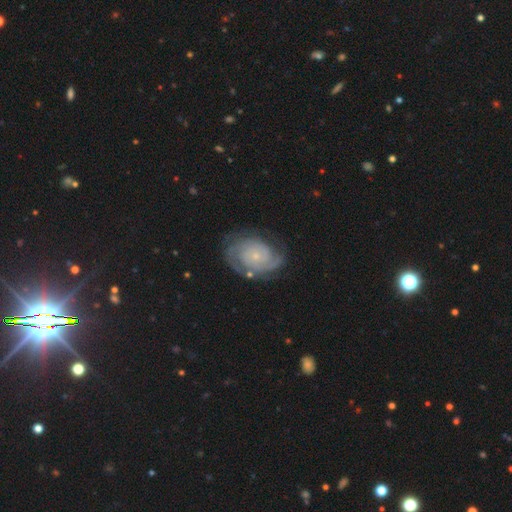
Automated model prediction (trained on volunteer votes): Smooth or featured: featured or disk — 85% (smooth — 10%)
Edge-on disk: no — 97% (yes — 3%)
Bar: no — 79% (weak — 17%)
Spiral arms: yes — 96% (no — 4%)
Spiral winding: tight — 67% (medium — 26%)
Spiral arm count: 2 — 46% (can't tell — 21%)
Bulge size: small — 82% (moderate — 12%)
Merging: none — 71% (minor disturbance — 18%)